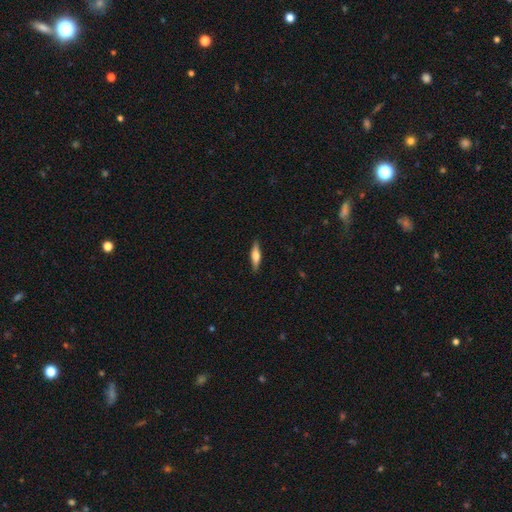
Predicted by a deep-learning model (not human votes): This is possibly a smooth galaxy (56%). How rounded: likely cigar-shaped (69%). Merging: clearly none (88%).